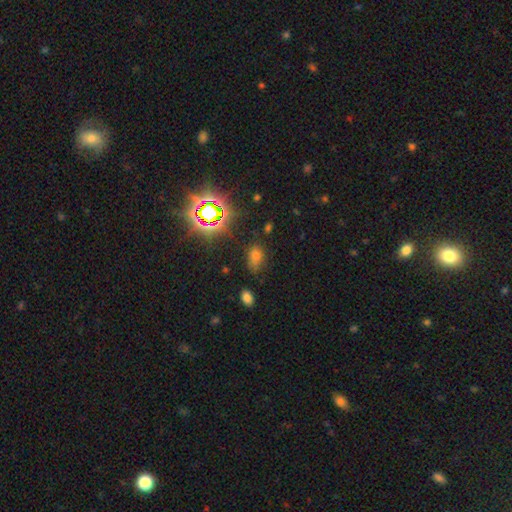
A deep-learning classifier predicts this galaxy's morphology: smooth-or-featured: smooth: 58% | star or artifact: 34% | featured or disk: 8%
  how-rounded: in between: 82% | round: 15% | cigar-shaped: 3%
  merging: none: 72% | minor disturbance: 19% | major disturbance: 6% | merger: 4%